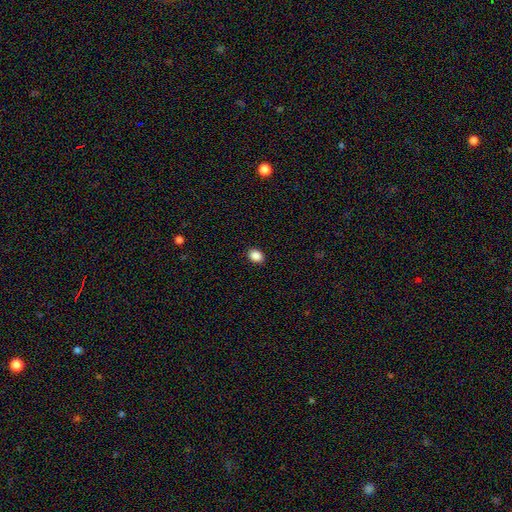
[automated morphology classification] Smooth or featured?
  - smooth: 89% *
  - star or artifact: 9%
  - featured or disk: 3%
How rounded?
  - in between: 62% *
  - round: 37%
  - cigar-shaped: 1%
Merging?
  - none: 90% *
  - minor disturbance: 7%
  - major disturbance: 2%
  - merger: 1%